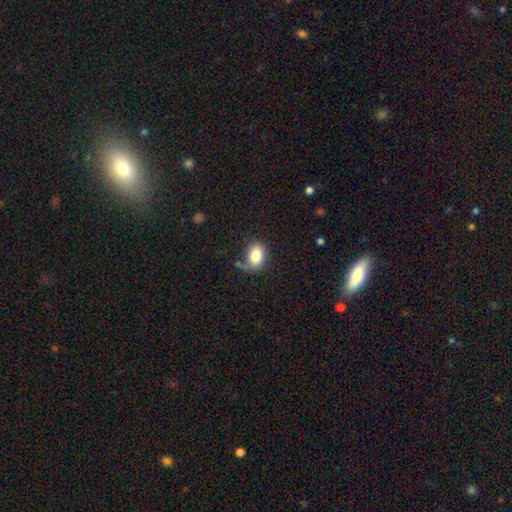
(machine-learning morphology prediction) Smooth or featured: smooth — 83% (featured or disk — 10%)
How rounded: in between — 77% (round — 22%)
Merging: none — 60% (minor disturbance — 21%)